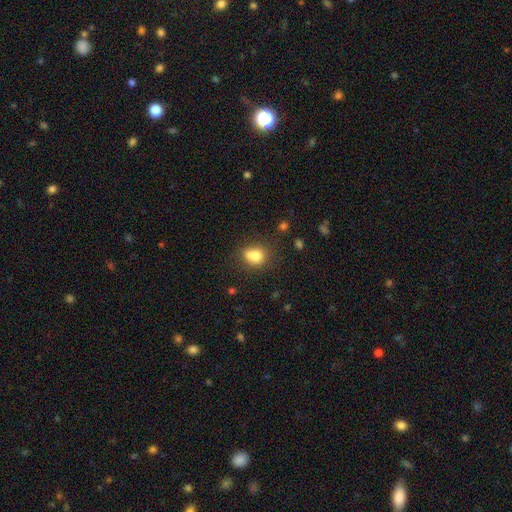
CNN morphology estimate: smooth 75%, featured or disk 13%, star or artifact 12%. Down the decision tree: how rounded — round (61%); merging — none (44%).